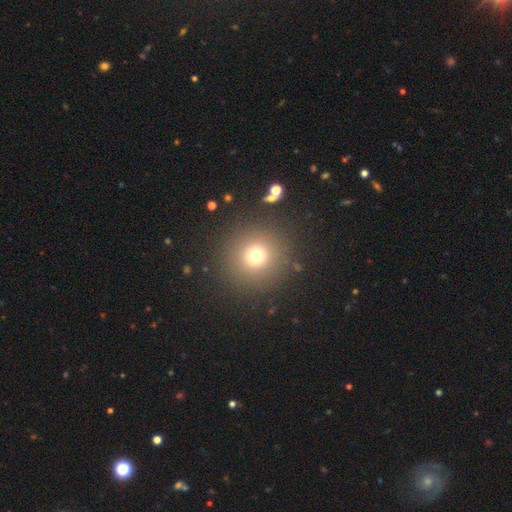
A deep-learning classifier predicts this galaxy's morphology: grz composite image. It shows a smooth galaxy with no disk features (72%) that is round (94%). Merging: none (87%).